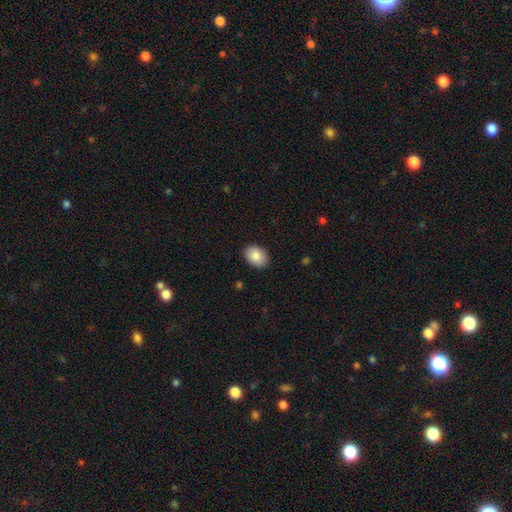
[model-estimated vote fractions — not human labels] Morphology: type=smooth (86%); roundness=in between (76%); merging=none (89%).